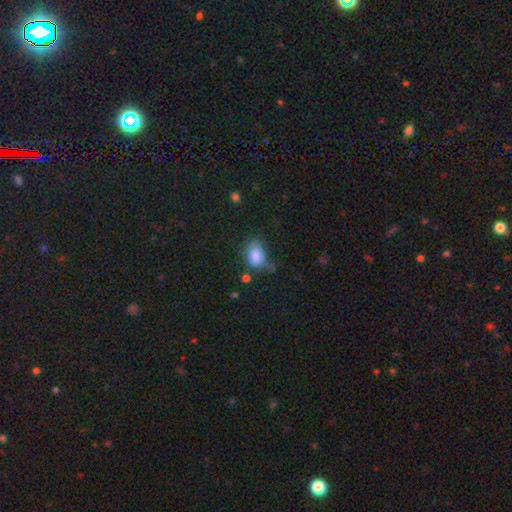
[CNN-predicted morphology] Smooth or featured? Predicted: smooth (p=0.84). How rounded? Predicted: in between (p=0.75). Merging? Predicted: none (p=0.47).